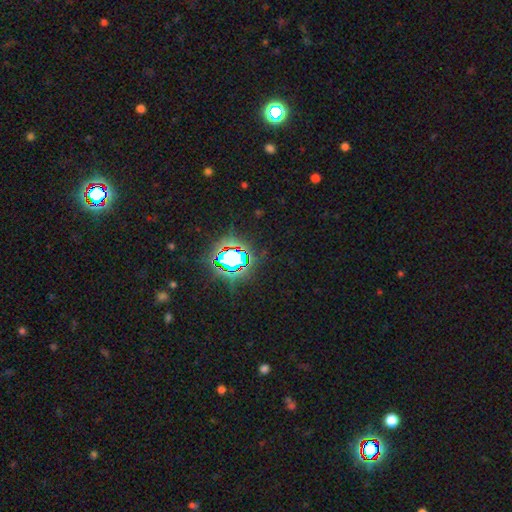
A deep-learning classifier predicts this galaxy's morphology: star or artifact 79%, smooth 13%, featured or disk 8%.